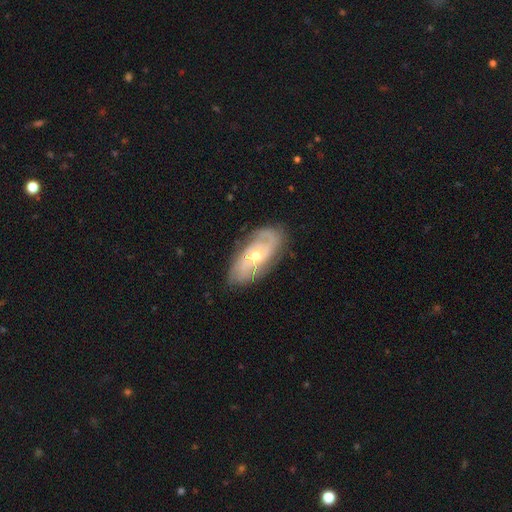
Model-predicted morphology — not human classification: Smooth or featured? Predicted: featured or disk (p=0.78). Edge-on disk? Predicted: no (p=0.91). Bar? Predicted: no (p=0.73). Spiral arms? Predicted: yes (p=0.88). Spiral winding? Predicted: tight (p=0.59). Spiral arm count? Predicted: 2 (p=0.40). Bulge size? Predicted: moderate (p=0.59). Merging? Predicted: none (p=0.78).